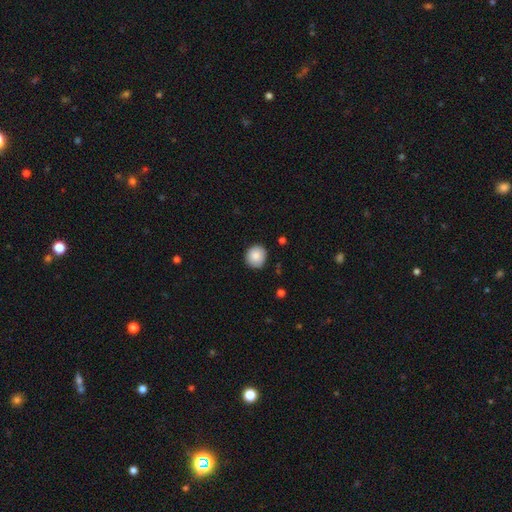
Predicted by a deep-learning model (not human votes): Smooth or featured: smooth — 88% (star or artifact — 8%)
How rounded: round — 88% (in between — 11%)
Merging: none — 88% (minor disturbance — 9%)